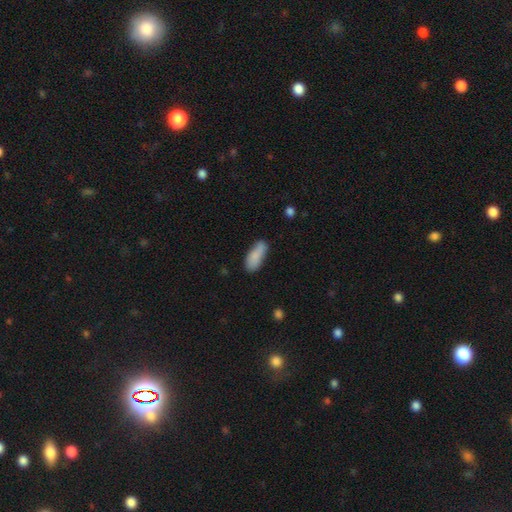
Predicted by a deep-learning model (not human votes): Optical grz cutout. It shows a smooth galaxy with no disk features (86%) that is in between round and cigar-shaped (77%). Merging: none (69%).